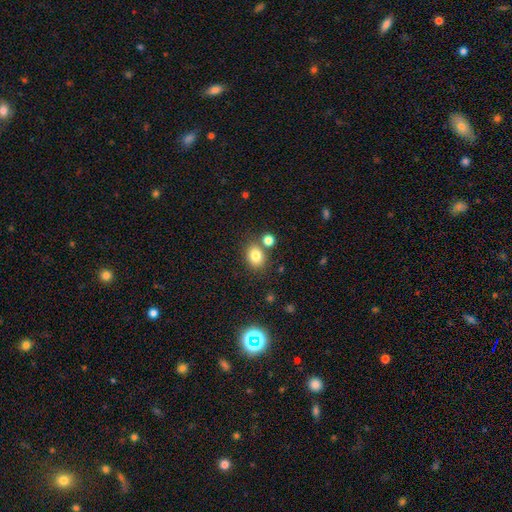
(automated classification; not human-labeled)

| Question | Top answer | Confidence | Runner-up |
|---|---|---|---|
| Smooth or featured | smooth | 80% | star or artifact (12%) |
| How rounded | round | 50% | in between (49%) |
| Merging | none | 70% | merger (16%) |